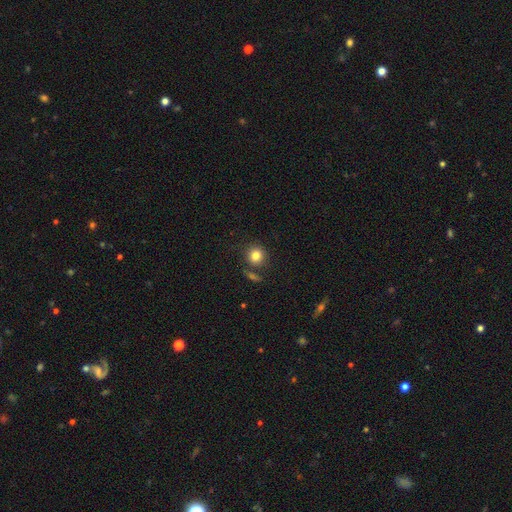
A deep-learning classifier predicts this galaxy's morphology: Smooth or featured? smooth (82%)
How rounded? round (87%)
Merging? none (75%)